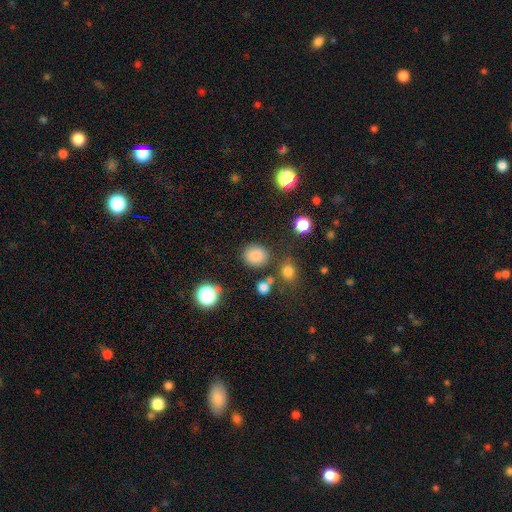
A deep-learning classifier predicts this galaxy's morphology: smooth 82%, star or artifact 13%, featured or disk 5%. Down the decision tree: how rounded — round (81%); merging — none (82%).